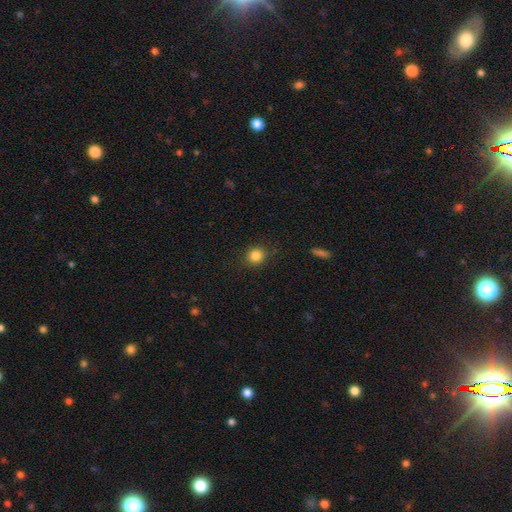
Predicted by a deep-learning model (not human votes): Overall: smooth (85%). How rounded: round (85%). Merging: none (87%).